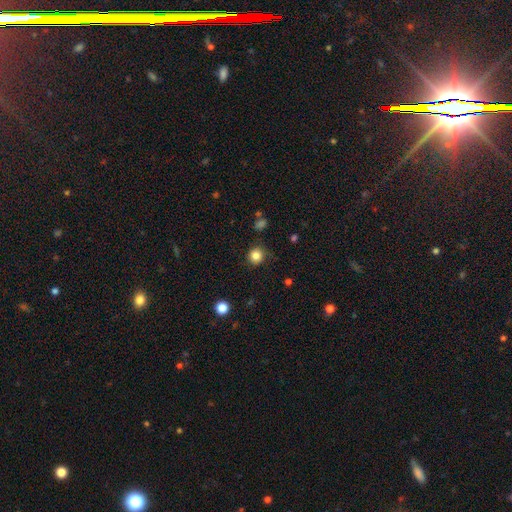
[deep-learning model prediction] Morphology: type=smooth (84%); roundness=round (90%); merging=none (84%).